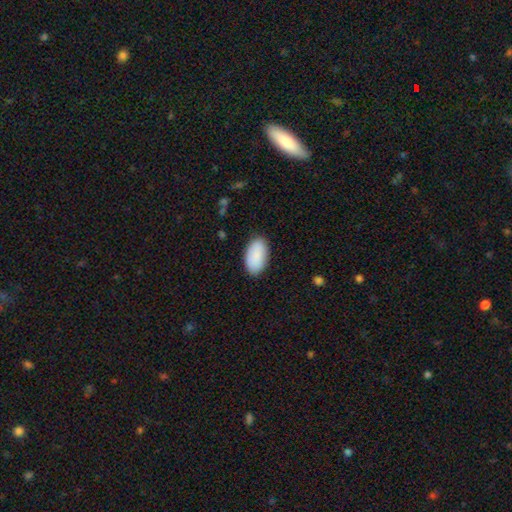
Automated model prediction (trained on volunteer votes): Smooth or featured?
  - smooth: 90% *
  - star or artifact: 5%
  - featured or disk: 4%
How rounded?
  - in between: 96% *
  - round: 3%
  - cigar-shaped: 1%
Merging?
  - none: 86% *
  - minor disturbance: 10%
  - major disturbance: 2%
  - merger: 1%